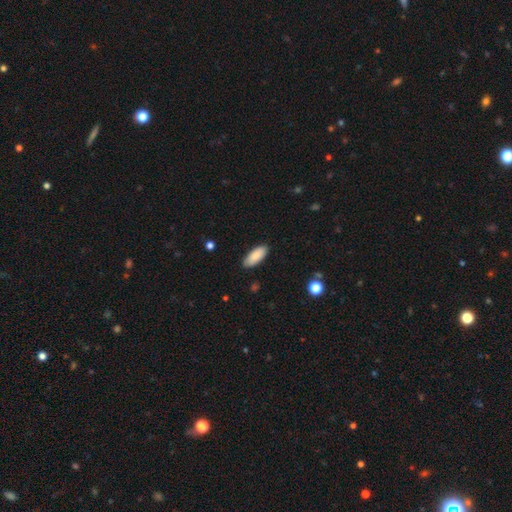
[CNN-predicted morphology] Smooth or featured? Predicted: smooth (p=0.88). How rounded? Predicted: in between (p=0.82). Merging? Predicted: none (p=0.88).